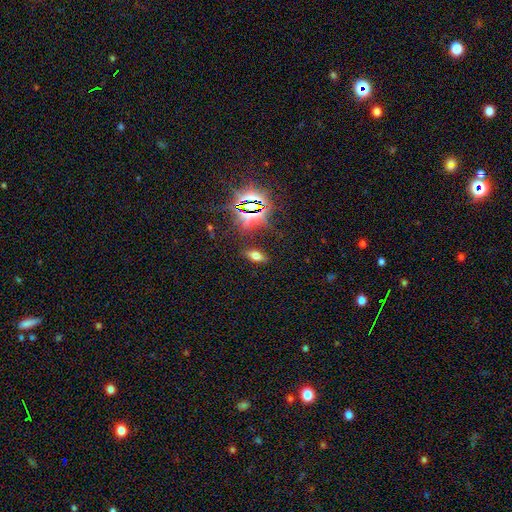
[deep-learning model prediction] Smooth or featured? smooth (56%)
How rounded? in between (80%)
Merging? none (85%)